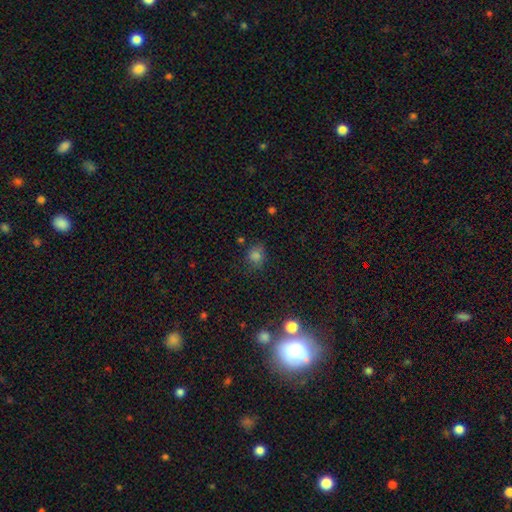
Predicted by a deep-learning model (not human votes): Q: Smooth or featured?
A: smooth (77%); runner-up: star or artifact (17%)
Q: How rounded?
A: round (64%); runner-up: in between (35%)
Q: Merging?
A: none (71%); runner-up: minor disturbance (20%)